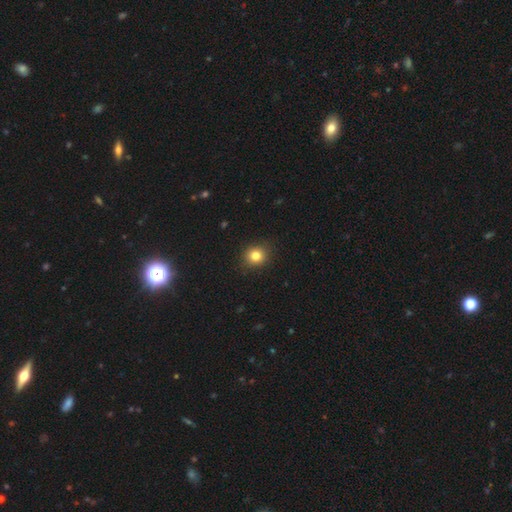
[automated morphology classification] Smooth or featured?
  - smooth: 82% *
  - star or artifact: 12%
  - featured or disk: 6%
How rounded?
  - round: 82% *
  - in between: 17%
  - cigar-shaped: 1%
Merging?
  - none: 89% *
  - minor disturbance: 8%
  - major disturbance: 2%
  - merger: 1%